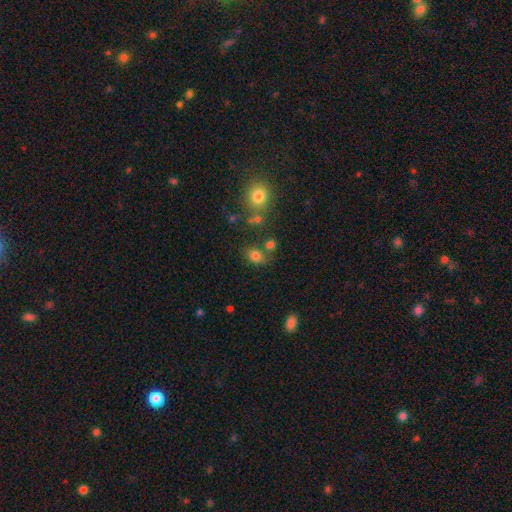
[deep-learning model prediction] The model was most divided on "how rounded": in between: 58%, round: 40%, cigar-shaped: 1%. More confident: smooth or featured — smooth (79%); merging — none (68%).